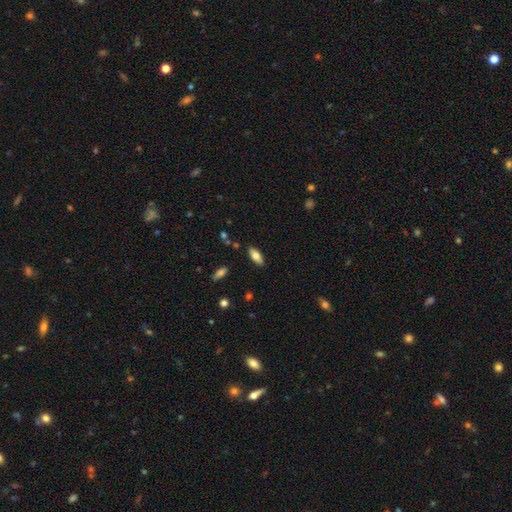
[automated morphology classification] Smooth or featured?
  - smooth: 75% *
  - featured or disk: 18%
  - star or artifact: 7%
How rounded?
  - in between: 82% *
  - cigar-shaped: 16%
  - round: 2%
Merging?
  - none: 86% *
  - minor disturbance: 10%
  - major disturbance: 2%
  - merger: 2%